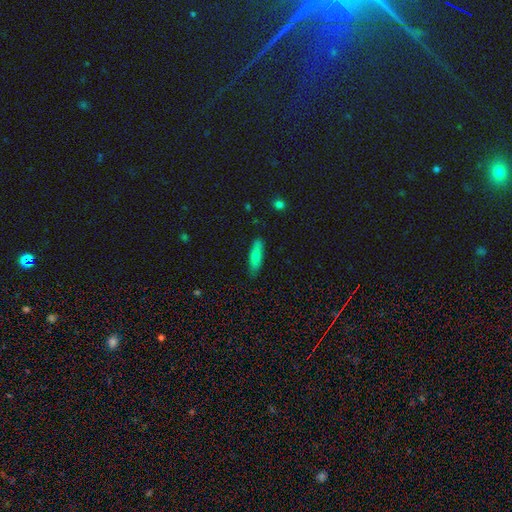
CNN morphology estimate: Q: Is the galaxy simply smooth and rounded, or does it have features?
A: smooth — 76%.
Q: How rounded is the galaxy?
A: cigar-shaped — 53%.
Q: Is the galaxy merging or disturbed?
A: none — 83%.